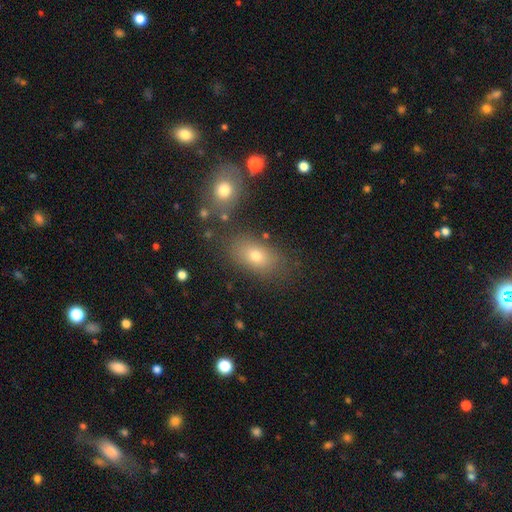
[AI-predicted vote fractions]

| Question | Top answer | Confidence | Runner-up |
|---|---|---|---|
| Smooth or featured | smooth | 72% | star or artifact (15%) |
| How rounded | in between | 83% | round (15%) |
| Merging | none | 75% | minor disturbance (12%) |